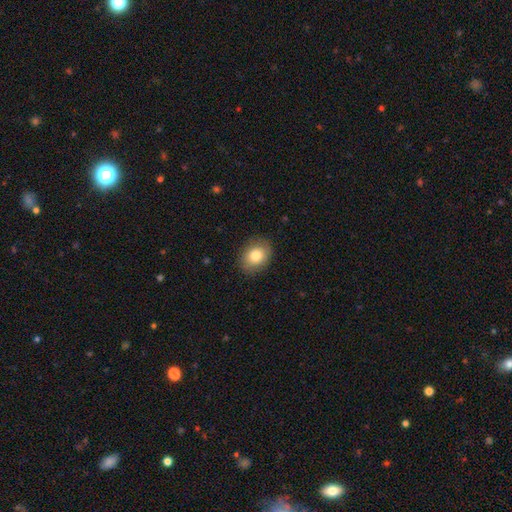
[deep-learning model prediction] smooth-or-featured: smooth: 80% | featured or disk: 11% | star or artifact: 8%
  how-rounded: in between: 55% | round: 44% | cigar-shaped: 1%
  merging: none: 86% | minor disturbance: 10% | major disturbance: 3% | merger: 1%